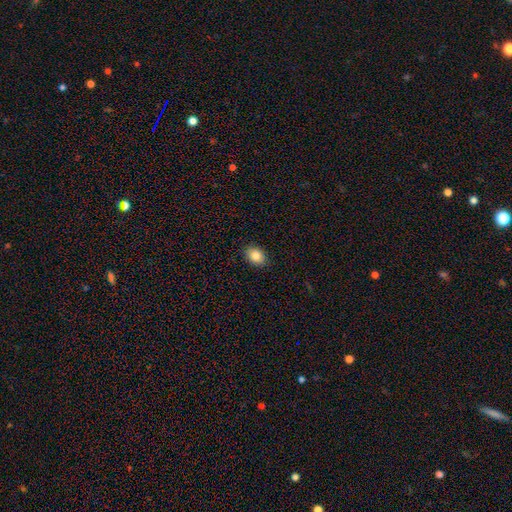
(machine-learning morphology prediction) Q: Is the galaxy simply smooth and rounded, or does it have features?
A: smooth — 84%.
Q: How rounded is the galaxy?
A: in between — 68%.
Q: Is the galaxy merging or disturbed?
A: none — 89%.